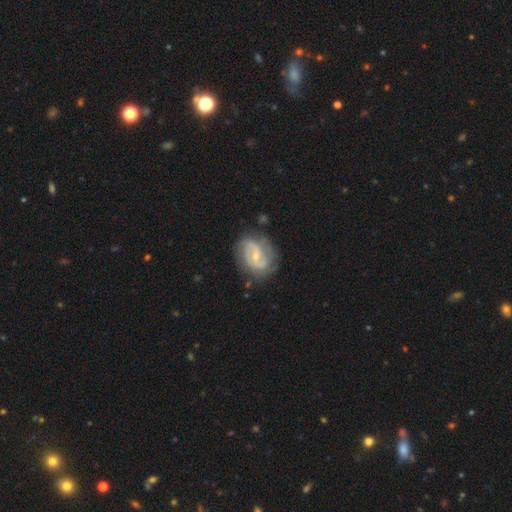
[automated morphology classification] The model was most divided on "spiral winding": medium: 49%, tight: 31%, loose: 19%. More confident: edge-on disk — no (98%); spiral arms — yes (94%); smooth or featured — featured or disk (85%); spiral arm count — 2 (83%); merging — none (74%); bulge size — small (66%); bar — weak (52%).